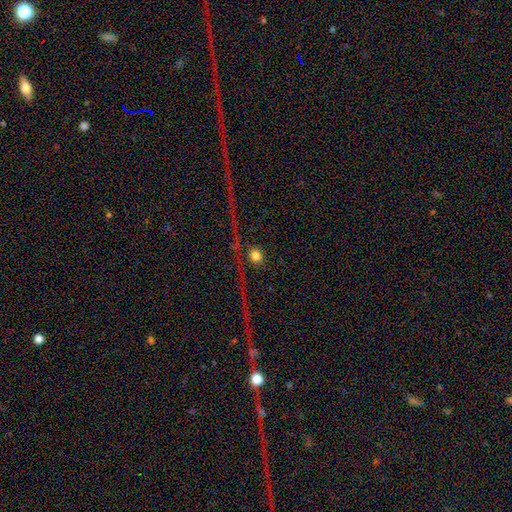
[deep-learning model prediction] A smooth galaxy with no disk features (67%) that is round (78%). Merging: none (82%).